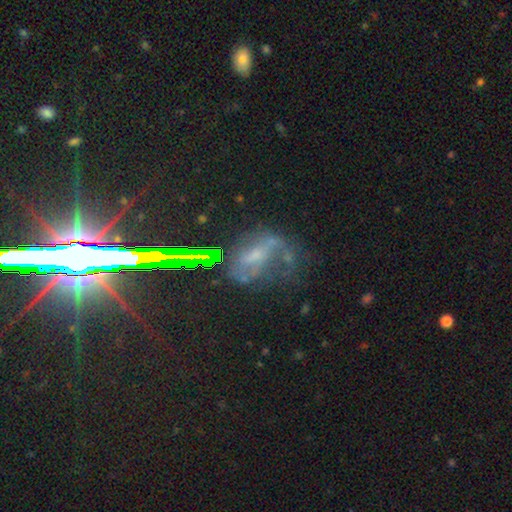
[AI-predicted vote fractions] This is possibly a featured or disk galaxy (54%). It is clearly not viewed edge-on (93%). Bar: marginally no (45%). Spiral arm pattern: likely yes (67%). Central bulge: marginally small (45%). Merging: marginally none (38%).